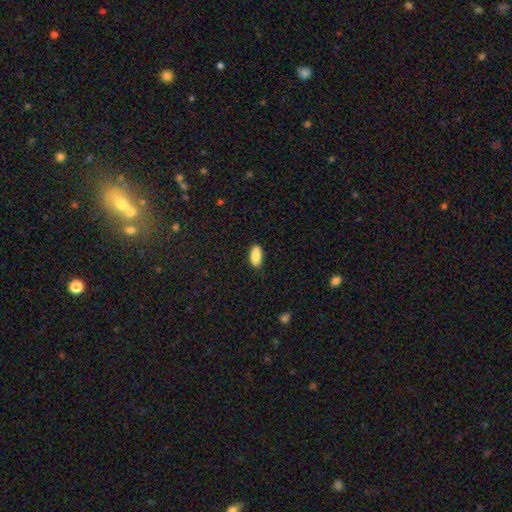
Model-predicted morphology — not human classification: smooth 88%, star or artifact 7%, featured or disk 5%. Down the decision tree: how rounded — in between (86%); merging — none (87%).